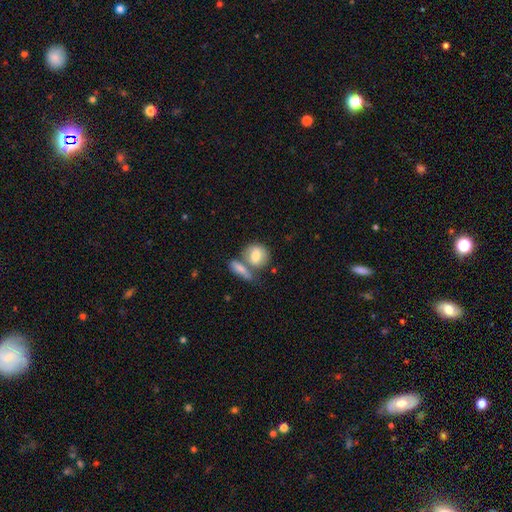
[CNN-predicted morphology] smooth_or_featured: smooth (p=0.73) [alt: featured or disk p=0.20]
how_rounded: round (p=0.57) [alt: in between p=0.39]
merging: merger (p=0.46) [alt: none p=0.39]